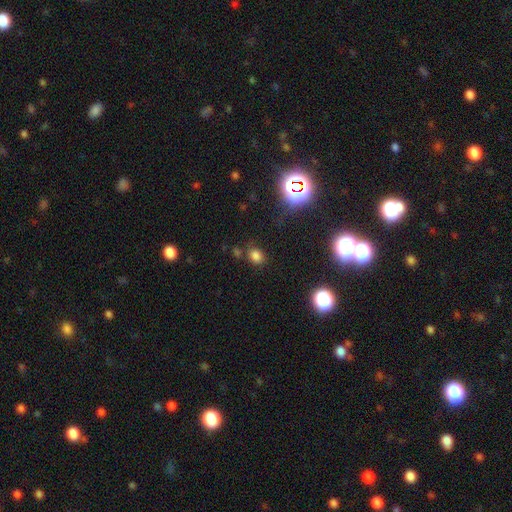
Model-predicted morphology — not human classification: The model was most divided on "how rounded": in between: 53%, round: 46%, cigar-shaped: 1%. More confident: merging — none (74%); smooth or featured — smooth (72%).